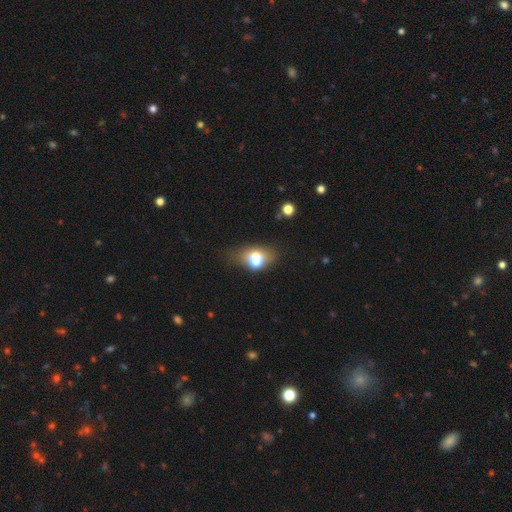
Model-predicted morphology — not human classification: The model was most divided on "merging": none: 60%, minor disturbance: 21%, major disturbance: 11%, merger: 8%. More confident: how rounded — in between (70%); smooth or featured — smooth (64%).